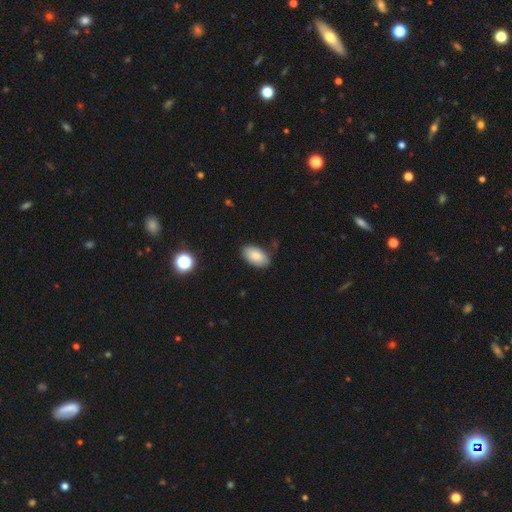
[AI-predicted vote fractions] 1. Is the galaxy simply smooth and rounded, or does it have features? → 86% smooth, 8% star or artifact, 7% featured or disk.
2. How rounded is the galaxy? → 94% in between, 4% round, 2% cigar-shaped.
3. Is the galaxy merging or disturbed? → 79% none, 16% minor disturbance, 3% major disturbance, 2% merger.